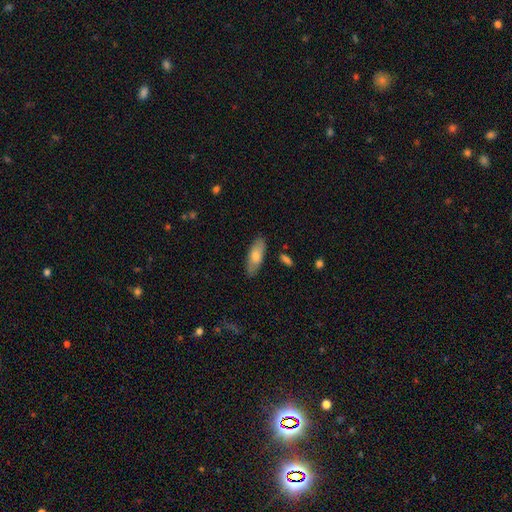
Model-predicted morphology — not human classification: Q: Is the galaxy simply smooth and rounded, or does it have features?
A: smooth — 72%.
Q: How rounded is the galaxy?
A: in between — 72%.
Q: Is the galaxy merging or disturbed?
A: none — 82%.